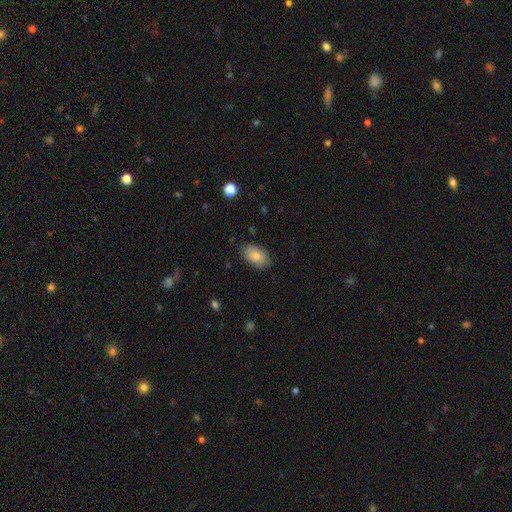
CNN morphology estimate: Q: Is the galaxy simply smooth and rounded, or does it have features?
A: smooth — 82%.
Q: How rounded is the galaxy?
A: in between — 92%.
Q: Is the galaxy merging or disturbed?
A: none — 83%.